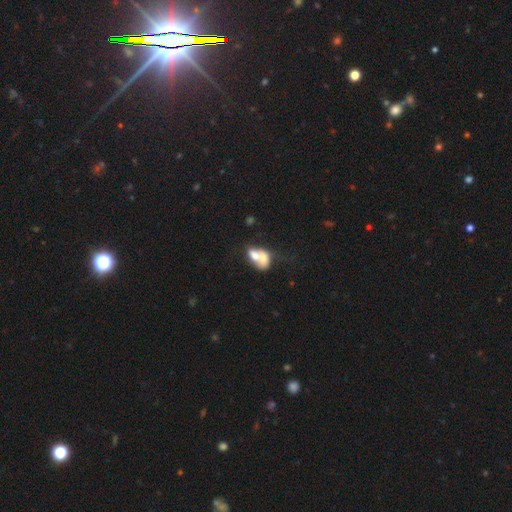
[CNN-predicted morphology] smooth-or-featured: smooth: 61% | featured or disk: 31% | star or artifact: 8%
  how-rounded: in between: 70% | round: 28% | cigar-shaped: 2%
  merging: merger: 74% | none: 13% | minor disturbance: 7% | major disturbance: 6%